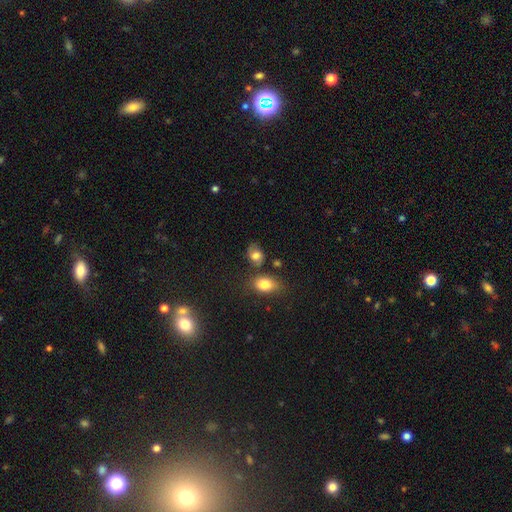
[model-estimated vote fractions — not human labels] This is likely a smooth galaxy (71%). How rounded: likely in between (66%). Merging: likely none (61%).